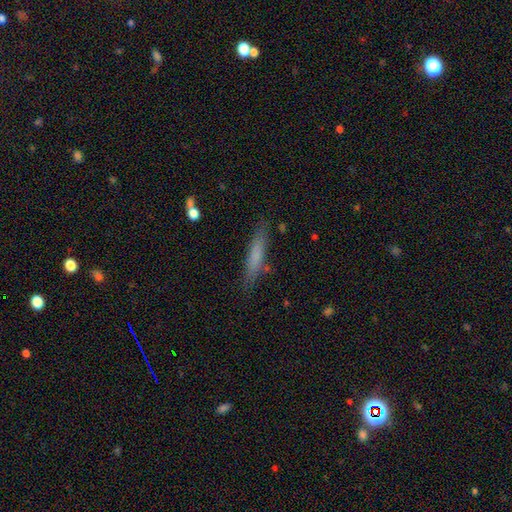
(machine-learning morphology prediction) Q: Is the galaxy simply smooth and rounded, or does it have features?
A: smooth — 69%.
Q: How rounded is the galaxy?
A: cigar-shaped — 89%.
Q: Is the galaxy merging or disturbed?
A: none — 83%.